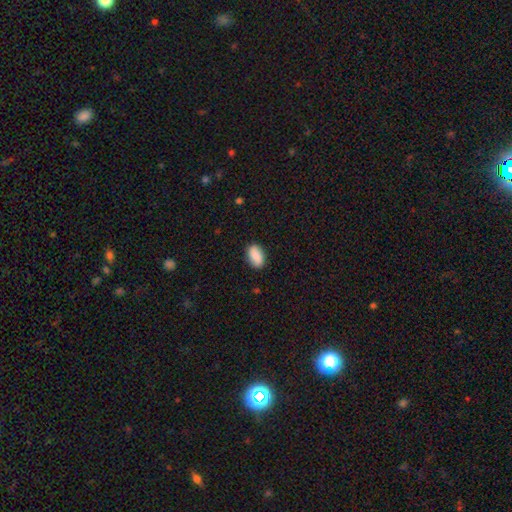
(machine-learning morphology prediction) The model was most divided on "merging": none: 87%, minor disturbance: 10%, major disturbance: 2%, merger: 1%. More confident: how rounded — in between (92%); smooth or featured — smooth (86%).